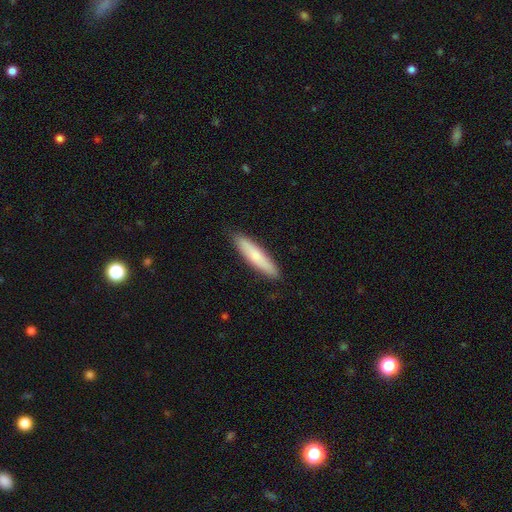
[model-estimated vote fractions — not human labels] Morphology: type=smooth (72%); roundness=cigar-shaped (86%); merging=none (89%).